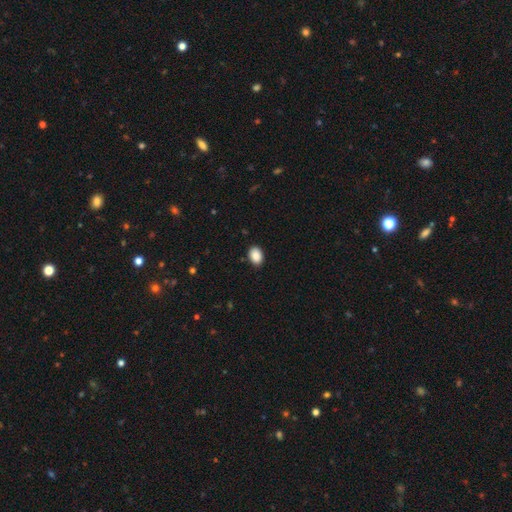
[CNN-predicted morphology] smooth 90%, star or artifact 8%, featured or disk 3%. Down the decision tree: how rounded — in between (80%); merging — none (88%).